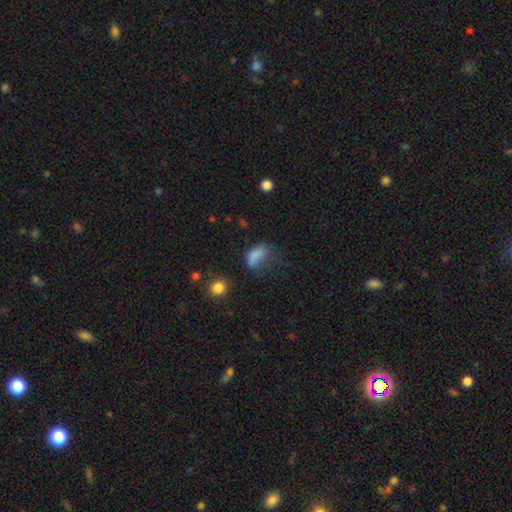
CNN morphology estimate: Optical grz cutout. It shows a smooth galaxy with no disk features (72%) that is in between round and cigar-shaped (81%). Merging: major disturbance (39%).